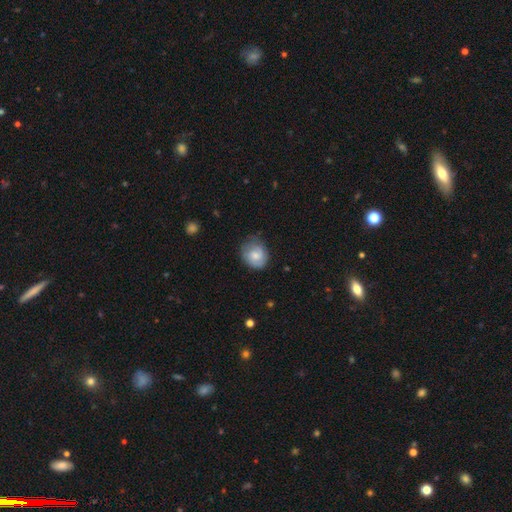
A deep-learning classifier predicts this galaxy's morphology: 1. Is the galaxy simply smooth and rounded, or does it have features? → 61% smooth, 33% featured or disk, 7% star or artifact.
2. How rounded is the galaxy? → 66% round, 33% in between, 1% cigar-shaped.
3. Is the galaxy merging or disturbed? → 65% none, 27% minor disturbance, 7% major disturbance, 1% merger.